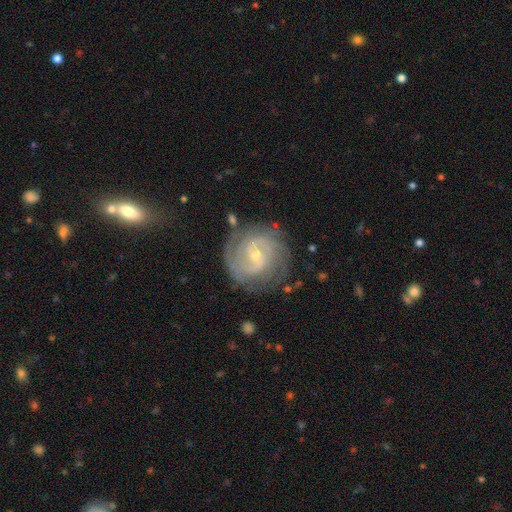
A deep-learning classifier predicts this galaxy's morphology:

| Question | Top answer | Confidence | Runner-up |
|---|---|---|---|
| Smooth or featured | featured or disk | 88% | smooth (6%) |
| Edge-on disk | no | 98% | yes (2%) |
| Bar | no | 44% | weak (43%) |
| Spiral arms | yes | 97% | no (3%) |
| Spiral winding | tight | 63% | medium (32%) |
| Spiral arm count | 2 | 53% | 3 (17%) |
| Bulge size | small | 72% | moderate (25%) |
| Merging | none | 77% | minor disturbance (15%) |